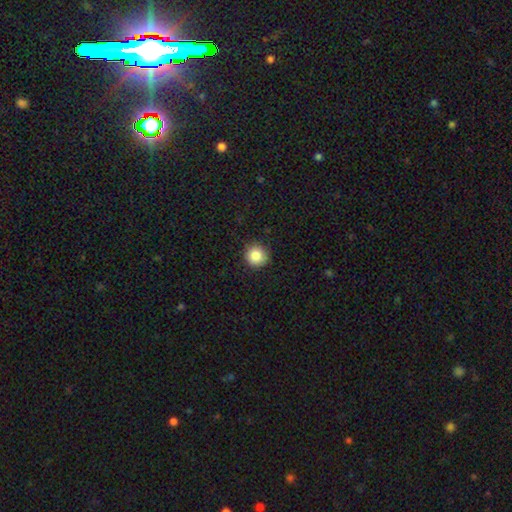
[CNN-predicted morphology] smooth_or_featured: smooth (p=0.85) [alt: star or artifact p=0.10]
how_rounded: round (p=0.95) [alt: in between p=0.04]
merging: none (p=0.90) [alt: minor disturbance p=0.07]